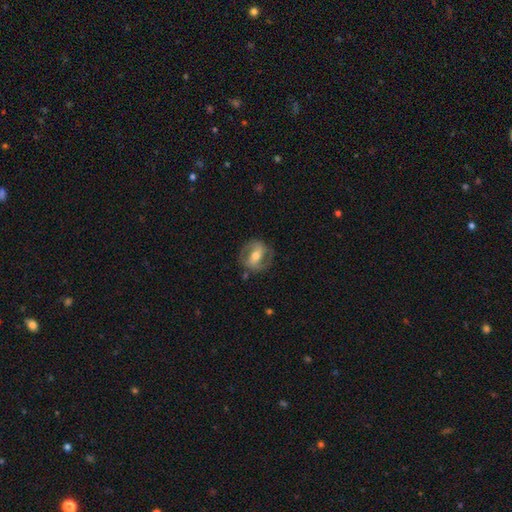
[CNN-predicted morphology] This appears to be a featured or disk galaxy (71%) with a strong bar (44%), 2 (85%) medium (48%) spiral arms (76%) and a moderate central bulge (68%). Merging: none (76%).